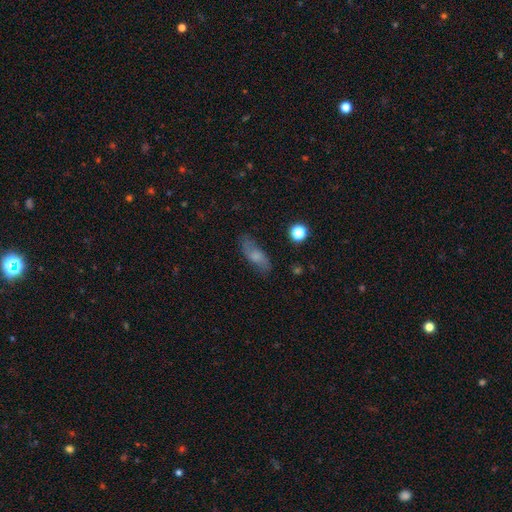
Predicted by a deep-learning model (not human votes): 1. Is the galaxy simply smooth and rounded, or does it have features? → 59% smooth, 31% featured or disk, 10% star or artifact.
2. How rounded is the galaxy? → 73% in between, 22% cigar-shaped, 5% round.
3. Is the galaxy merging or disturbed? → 72% none, 20% minor disturbance, 6% major disturbance, 2% merger.